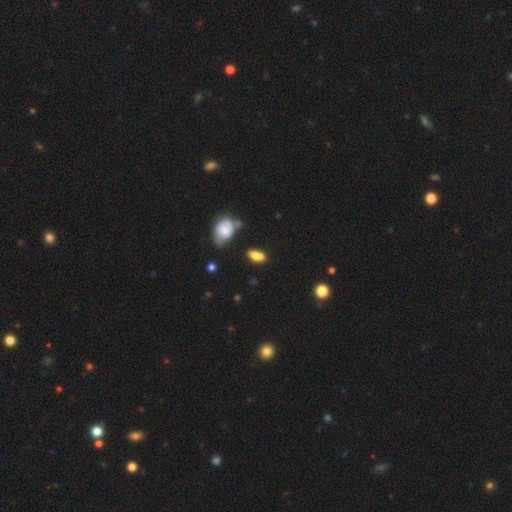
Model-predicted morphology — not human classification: This appears to be a smooth galaxy with no disk features (75%) that is in between round and cigar-shaped (82%). Merging: none (63%).